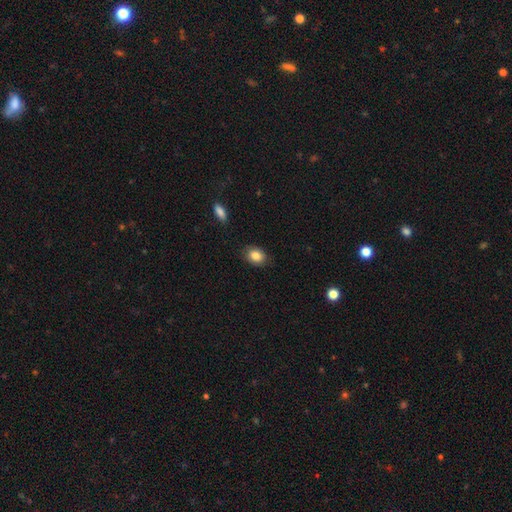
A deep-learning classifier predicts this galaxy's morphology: type=smooth (85%); roundness=in between (67%); merging=none (84%).